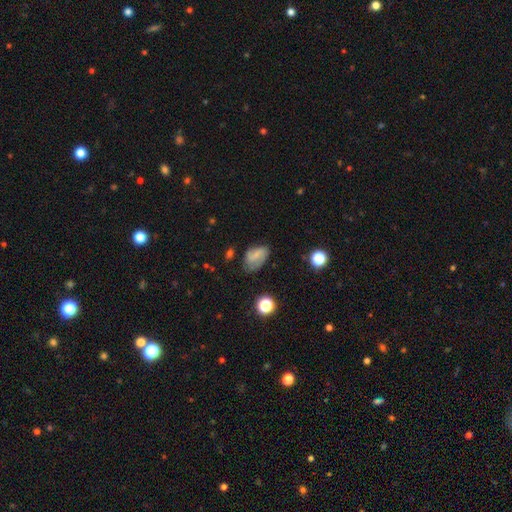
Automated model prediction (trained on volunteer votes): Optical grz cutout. It shows a smooth galaxy with no disk features (59%) that is in between round and cigar-shaped (86%). Merging: none (55%).